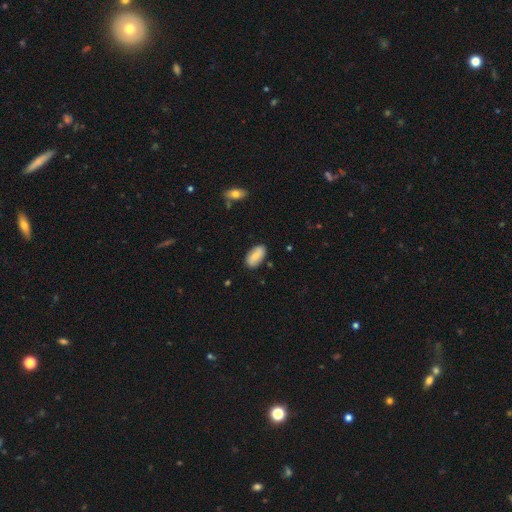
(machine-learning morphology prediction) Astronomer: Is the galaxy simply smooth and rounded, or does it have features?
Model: smooth — 68%.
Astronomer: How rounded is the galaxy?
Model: in between — 93%.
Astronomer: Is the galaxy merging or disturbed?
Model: none — 84%.